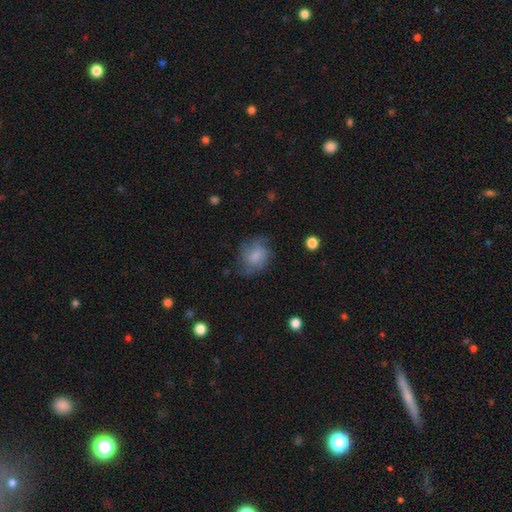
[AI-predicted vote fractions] Overall: smooth (60%; featured or disk 31%). How rounded: round (59%; in between 40%). Merging: none (60%; minor disturbance 24%).